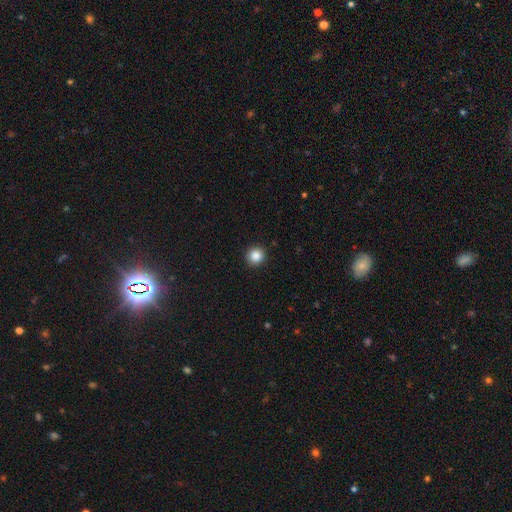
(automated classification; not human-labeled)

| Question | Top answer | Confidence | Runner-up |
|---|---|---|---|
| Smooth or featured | smooth | 87% | star or artifact (10%) |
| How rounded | round | 93% | in between (6%) |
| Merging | none | 93% | minor disturbance (5%) |